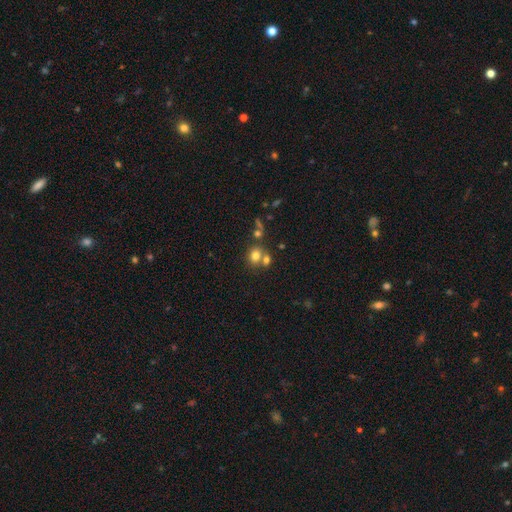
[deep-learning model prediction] smooth-or-featured: smooth: 74% | star or artifact: 14% | featured or disk: 12%
  how-rounded: round: 72% | in between: 27% | cigar-shaped: 1%
  merging: none: 49% | merger: 39% | minor disturbance: 9% | major disturbance: 4%